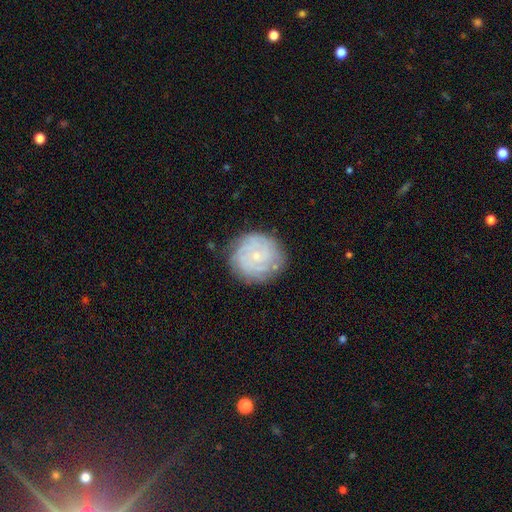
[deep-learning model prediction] featured or disk 66%, smooth 27%, star or artifact 7%. Down the decision tree: edge-on disk — no (98%); bar — no (78%); spiral arms — yes (88%); spiral arm count — can't tell (43%); spiral winding — tight (75%); bulge size — small (73%); merging — none (79%).